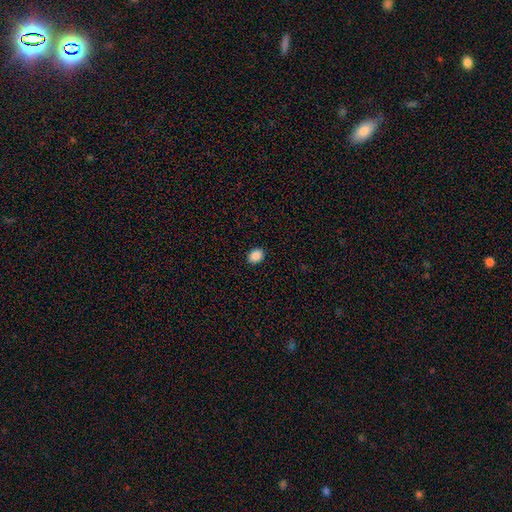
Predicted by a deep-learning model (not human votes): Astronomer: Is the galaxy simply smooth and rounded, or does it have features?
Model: smooth — 88%.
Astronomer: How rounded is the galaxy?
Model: round — 51% (runner-up: in between, 48%).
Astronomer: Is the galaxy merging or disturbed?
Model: none — 91%.